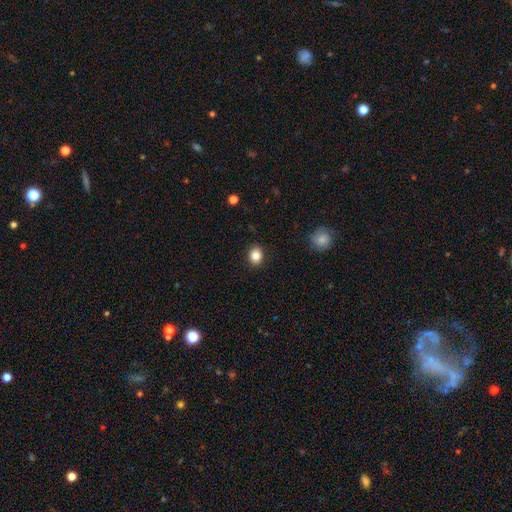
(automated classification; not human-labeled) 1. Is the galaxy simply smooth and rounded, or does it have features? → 85% smooth, 10% star or artifact, 5% featured or disk.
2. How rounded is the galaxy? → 56% round, 43% in between, 1% cigar-shaped.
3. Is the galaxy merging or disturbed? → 89% none, 8% minor disturbance, 2% major disturbance, 1% merger.